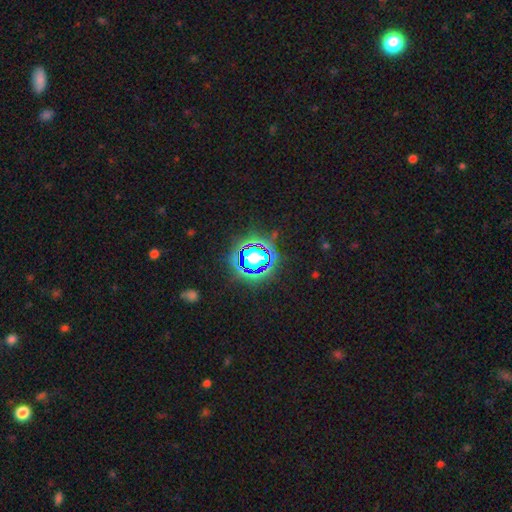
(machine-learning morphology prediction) The model was most divided on "smooth or featured": star or artifact: 67%, smooth: 20%, featured or disk: 12%.